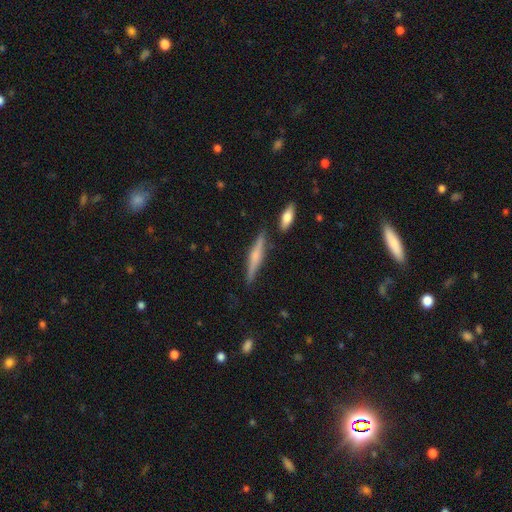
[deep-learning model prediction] Smooth or featured: featured or disk — 57% (smooth — 37%)
Edge-on disk: yes — 97% (no — 3%)
Edge-on bulge: rounded — 70% (boxy — 17%)
Merging: none — 81% (minor disturbance — 12%)